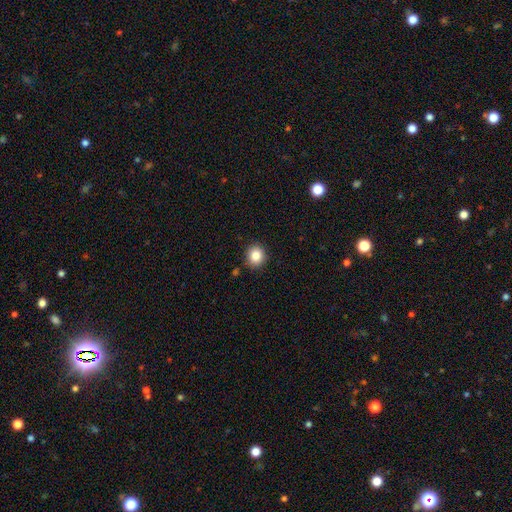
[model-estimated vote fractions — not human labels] smooth 85%, star or artifact 10%, featured or disk 5%. Down the decision tree: how rounded — round (86%); merging — none (87%).